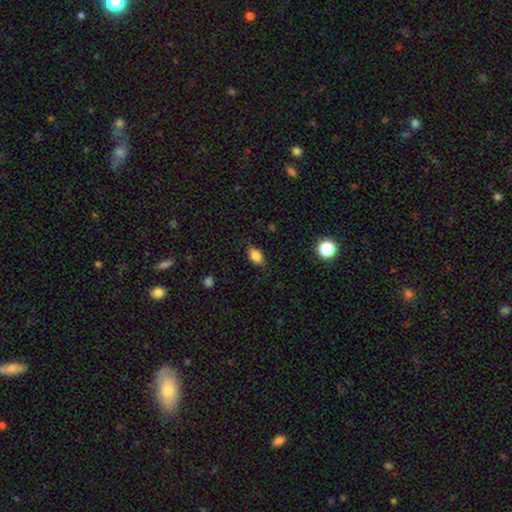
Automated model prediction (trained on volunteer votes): A smooth galaxy with no disk features (84%) that is in between round and cigar-shaped (82%).

Vote fractions:
- Smooth or featured? smooth: 84% / star or artifact: 10% / featured or disk: 6%
- How rounded? in between: 82% / round: 16% / cigar-shaped: 2%
- Merging? none: 79% / minor disturbance: 16% / major disturbance: 4% / merger: 1%